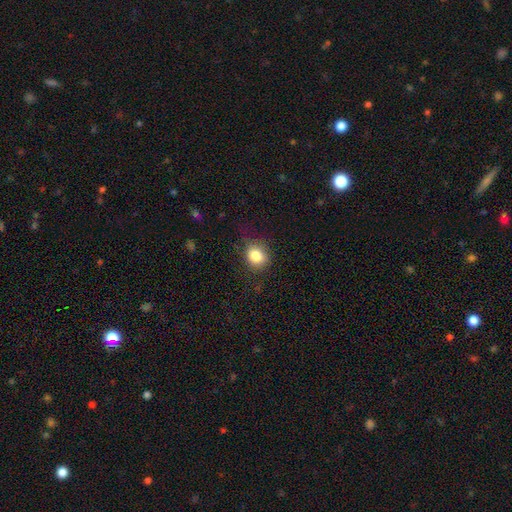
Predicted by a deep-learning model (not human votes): The model was most divided on "how rounded": round: 70%, in between: 29%, cigar-shaped: 1%. More confident: smooth or featured — smooth (82%); merging — none (74%).